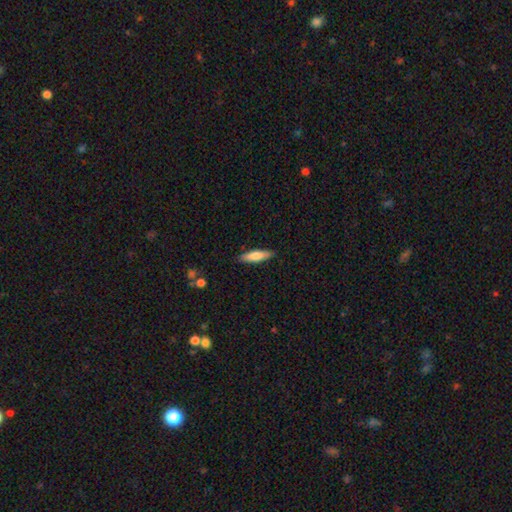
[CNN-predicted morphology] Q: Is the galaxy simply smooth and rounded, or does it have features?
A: smooth — 70%.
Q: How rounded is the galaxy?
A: cigar-shaped — 69%.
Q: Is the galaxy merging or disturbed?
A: none — 88%.